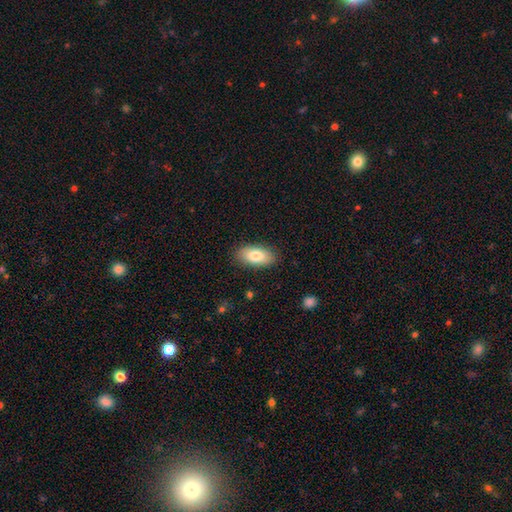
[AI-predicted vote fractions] Smooth or featured? Predicted: smooth (p=0.82). How rounded? Predicted: in between (p=0.91). Merging? Predicted: none (p=0.87).